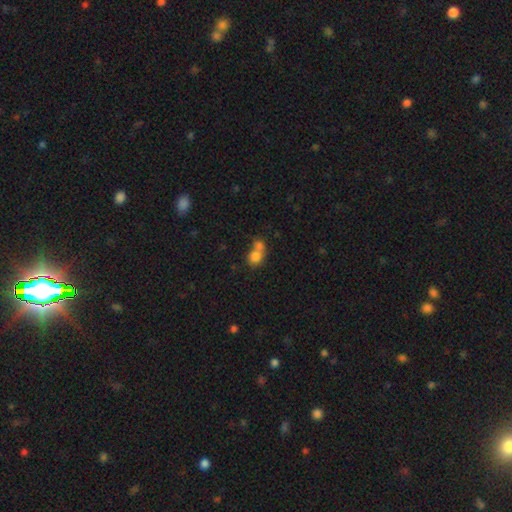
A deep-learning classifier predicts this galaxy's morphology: Overall: smooth (77%). How rounded: round (69%; in between 30%). Merging: merger (60%; none 28%).